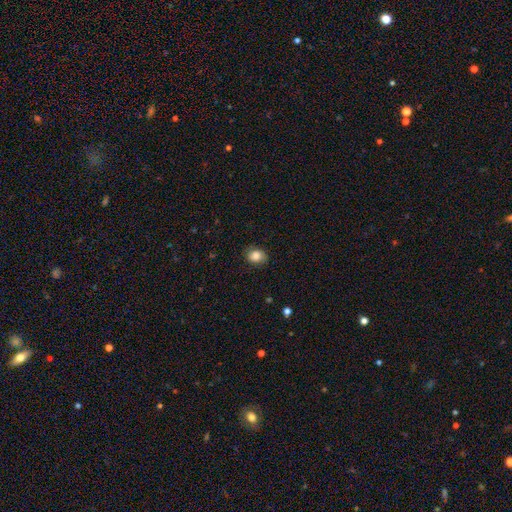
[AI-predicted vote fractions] Smooth or featured?
  - smooth: 84% *
  - star or artifact: 9%
  - featured or disk: 8%
How rounded?
  - in between: 52% *
  - round: 47%
  - cigar-shaped: 1%
Merging?
  - none: 82% *
  - minor disturbance: 14%
  - major disturbance: 3%
  - merger: 1%